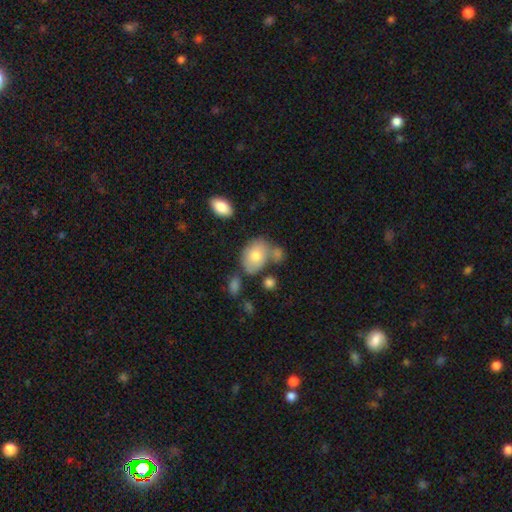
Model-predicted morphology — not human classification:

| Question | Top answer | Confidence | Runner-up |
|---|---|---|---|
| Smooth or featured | smooth | 73% | featured or disk (19%) |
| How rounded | in between | 76% | round (23%) |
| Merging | none | 46% | minor disturbance (24%) |